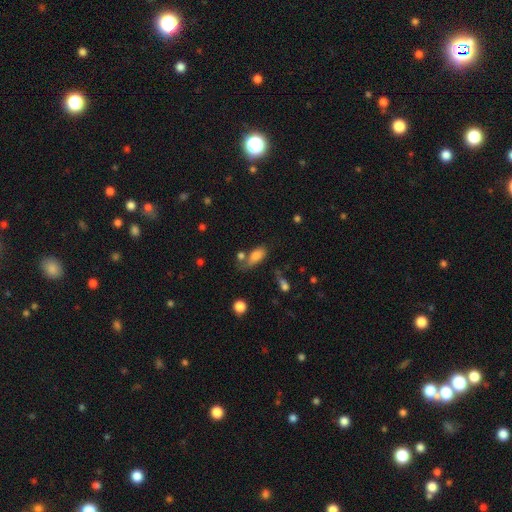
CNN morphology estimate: Smooth or featured? smooth (80%)
How rounded? in between (86%)
Merging? none (43%)